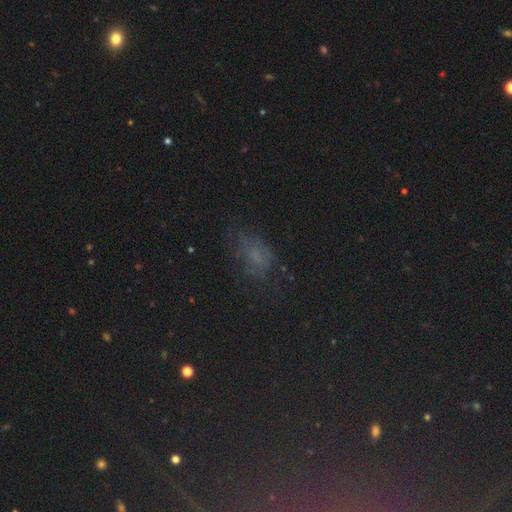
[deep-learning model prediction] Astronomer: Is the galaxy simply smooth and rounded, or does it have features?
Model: smooth — 44% (runner-up: star or artifact, 37%).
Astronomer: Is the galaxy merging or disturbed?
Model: none — 53%.